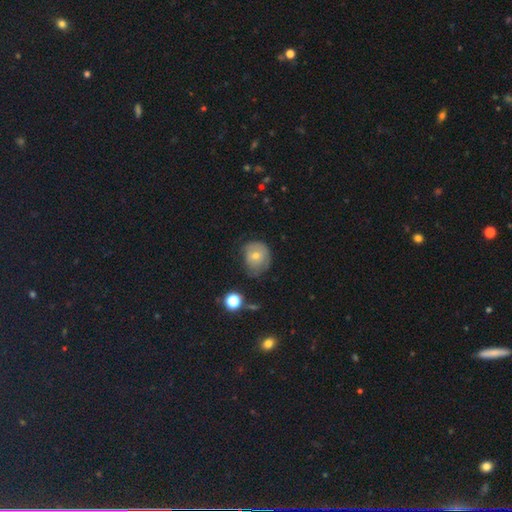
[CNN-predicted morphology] Smooth or featured?
  - smooth: 52% *
  - featured or disk: 34%
  - star or artifact: 14%
How rounded?
  - round: 72% *
  - in between: 27%
  - cigar-shaped: 1%
Merging?
  - none: 57% *
  - minor disturbance: 31%
  - major disturbance: 10%
  - merger: 2%